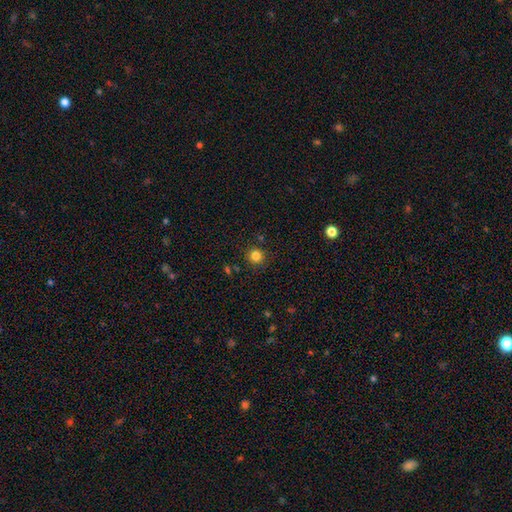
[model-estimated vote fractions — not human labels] A smooth galaxy with no disk features (83%) that is round (93%).

Vote fractions:
- Smooth or featured? smooth: 83% / star or artifact: 13% / featured or disk: 5%
- How rounded? round: 93% / in between: 6% / cigar-shaped: 1%
- Merging? none: 87% / minor disturbance: 8% / major disturbance: 3% / merger: 2%